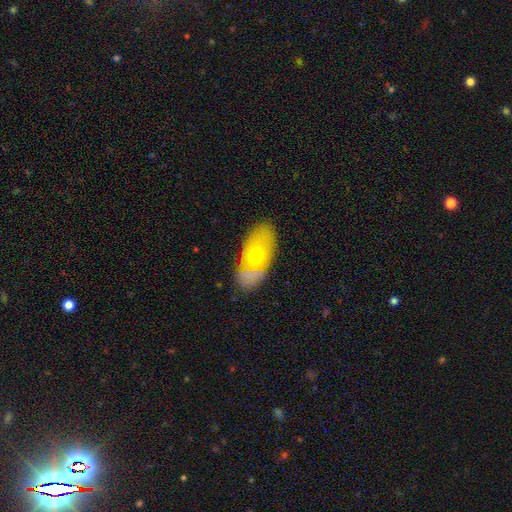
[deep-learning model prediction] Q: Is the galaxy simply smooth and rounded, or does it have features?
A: smooth — 62%.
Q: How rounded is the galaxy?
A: in between — 90%.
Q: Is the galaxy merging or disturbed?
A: none — 60%.